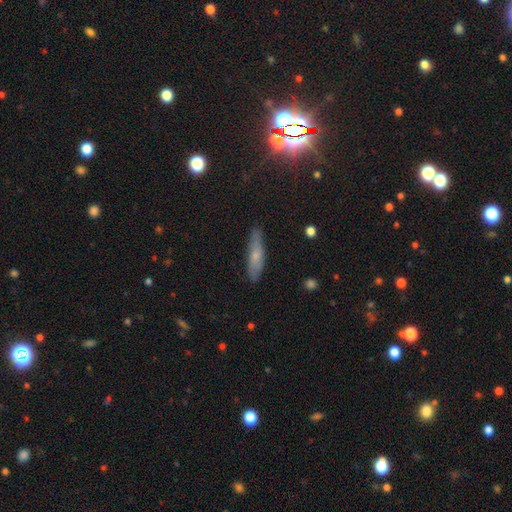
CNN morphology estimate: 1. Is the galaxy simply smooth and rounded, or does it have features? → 63% smooth, 28% featured or disk, 8% star or artifact.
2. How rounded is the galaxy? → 74% cigar-shaped, 24% in between, 2% round.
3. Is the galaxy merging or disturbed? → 83% none, 14% minor disturbance, 2% major disturbance, 1% merger.